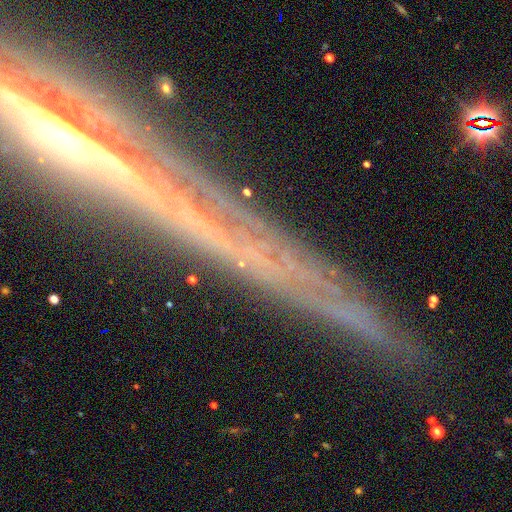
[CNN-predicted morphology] Overall: featured or disk (43%; star or artifact 39%). Merging: none (84%).